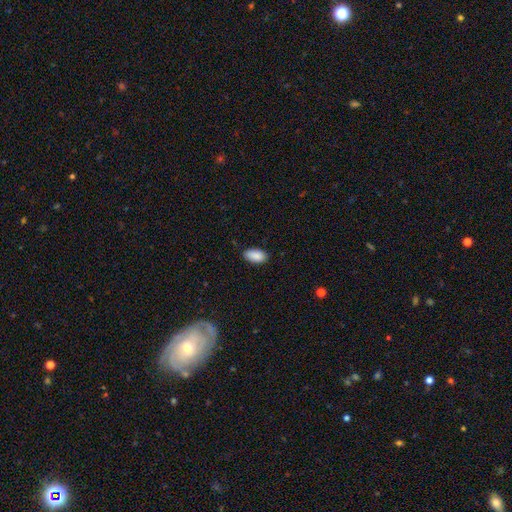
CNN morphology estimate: Smooth or featured: smooth — 90% (star or artifact — 7%)
How rounded: in between — 94% (round — 3%)
Merging: none — 85% (minor disturbance — 12%)